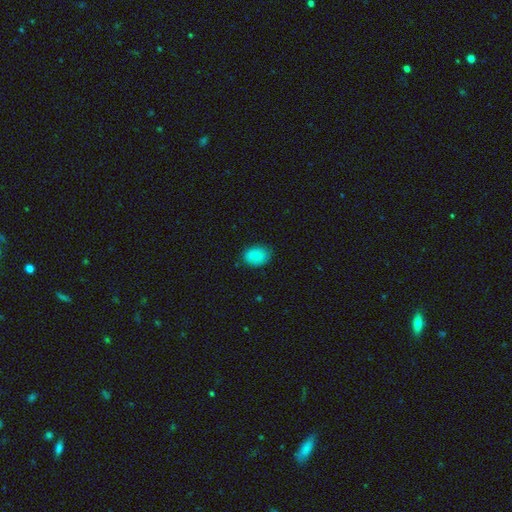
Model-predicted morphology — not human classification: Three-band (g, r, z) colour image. It shows a smooth galaxy with no disk features (85%) that is in between round and cigar-shaped (67%). Merging: none (81%).